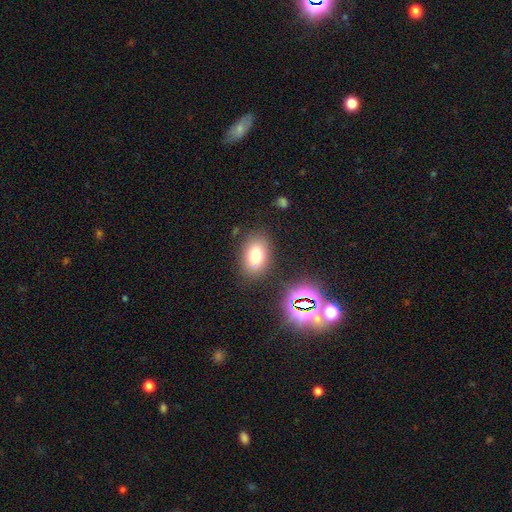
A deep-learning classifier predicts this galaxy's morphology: This is likely a smooth galaxy (76%). How rounded: clearly in between (85%). Merging: clearly none (81%).